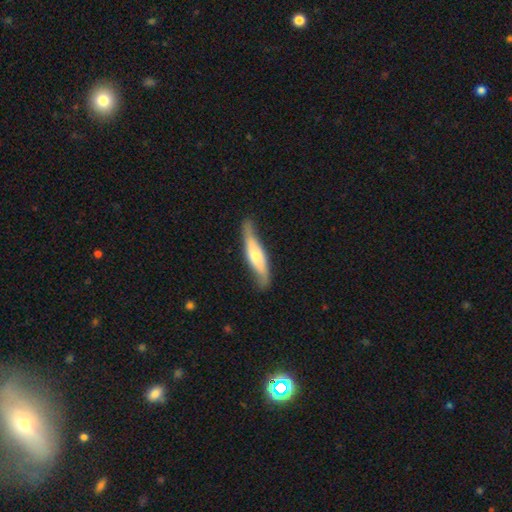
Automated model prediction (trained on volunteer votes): This is possibly a featured or disk galaxy (56%). It is likely viewed edge-on (66%). Merging: likely none (72%).